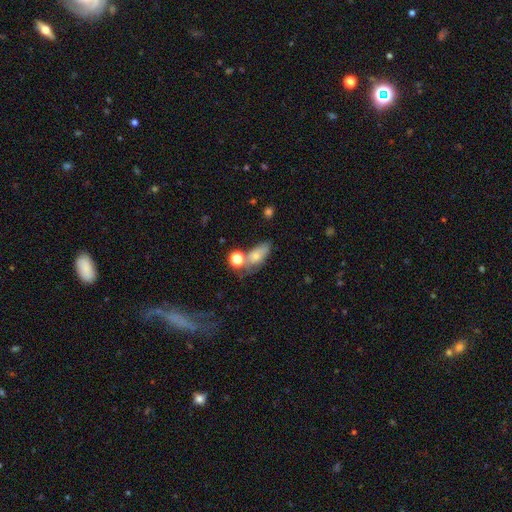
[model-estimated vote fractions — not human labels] A smooth galaxy with no disk features (70%) that is in between round and cigar-shaped (78%). Merging: none (44%).